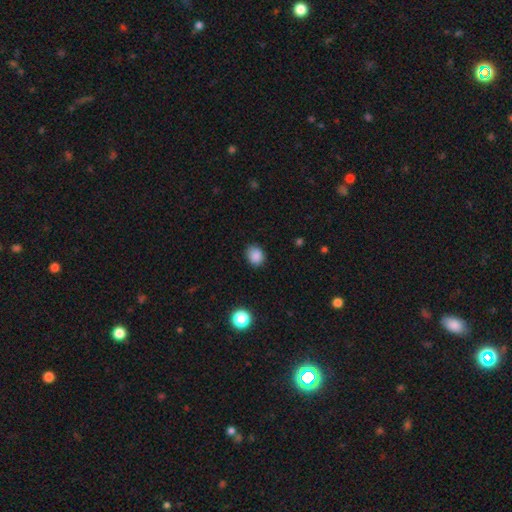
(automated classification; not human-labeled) Smooth or featured: smooth — 86% (star or artifact — 10%)
How rounded: round — 58% (in between — 42%)
Merging: none — 82% (minor disturbance — 14%)